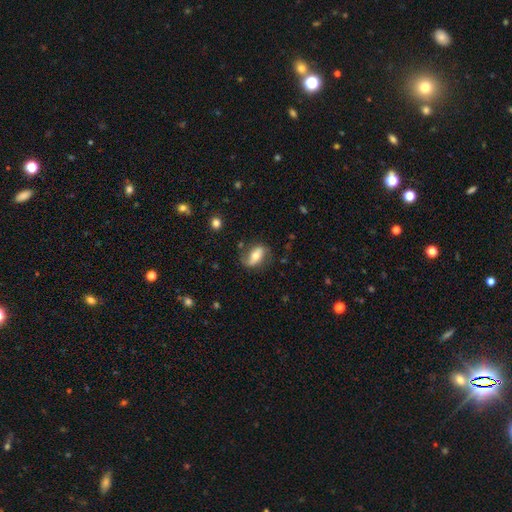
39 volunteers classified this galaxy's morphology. Smooth or featured: featured or disk — 56% (smooth — 38%)
Edge-on disk: no — 64% (yes — 36%)
Bar: strong — 43% (no — 36%)
Spiral arms: yes — 79% (no — 21%)
Spiral winding: loose — 55% (tight — 27%)
Spiral arm count: 2 — 91% (can't tell — 9%)
Bulge size: moderate — 64% (small — 29%)
Merging: none — 68% (minor disturbance — 16%)